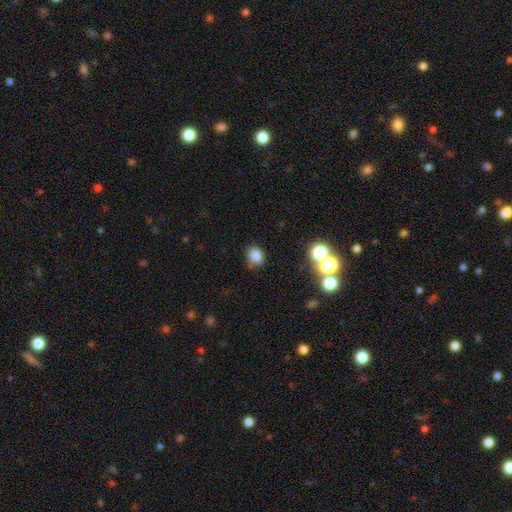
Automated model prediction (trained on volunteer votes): Smooth or featured: smooth — 81% (star or artifact — 14%)
How rounded: round — 68% (in between — 31%)
Merging: none — 78% (minor disturbance — 14%)